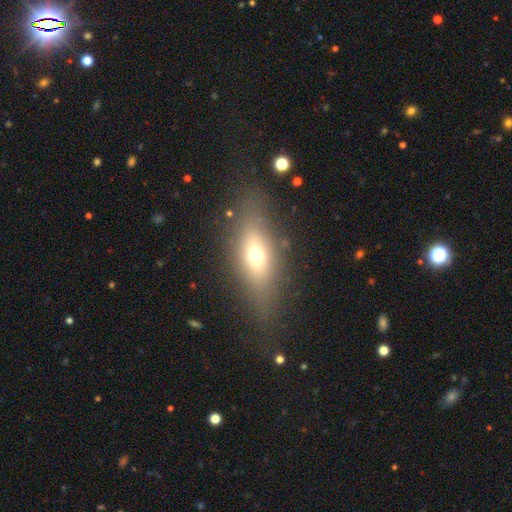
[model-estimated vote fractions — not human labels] smooth_or_featured: smooth (p=0.60) [alt: featured or disk p=0.29]
how_rounded: in between (p=0.65) [alt: cigar-shaped p=0.28]
merging: none (p=0.76) [alt: minor disturbance p=0.14]